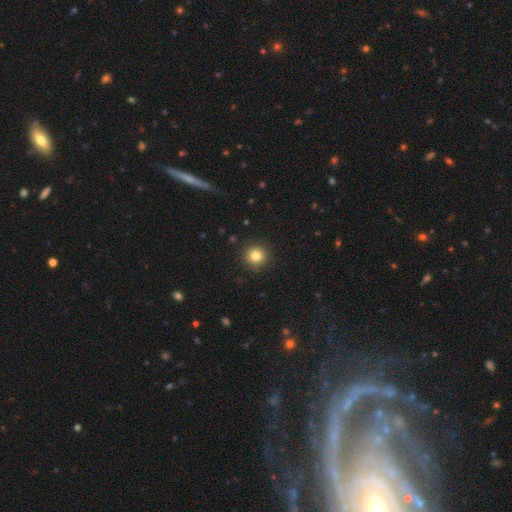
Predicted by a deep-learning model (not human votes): The model was most divided on "smooth or featured": smooth: 82%, star or artifact: 12%, featured or disk: 6%. More confident: how rounded — round (95%); merging — none (92%).